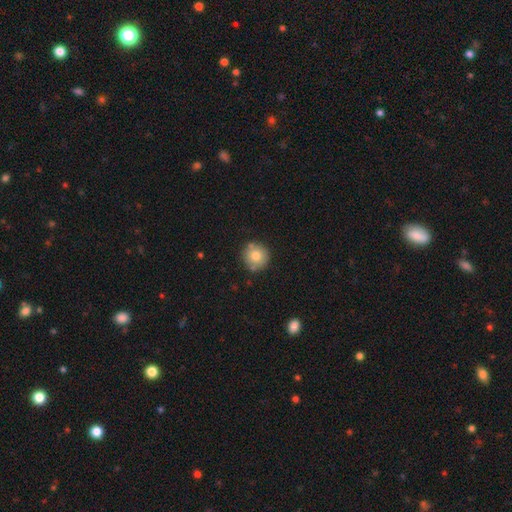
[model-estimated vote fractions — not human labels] smooth_or_featured: smooth (p=0.76) [alt: featured or disk p=0.15]
how_rounded: round (p=0.94) [alt: in between p=0.05]
merging: none (p=0.80) [alt: minor disturbance p=0.12]